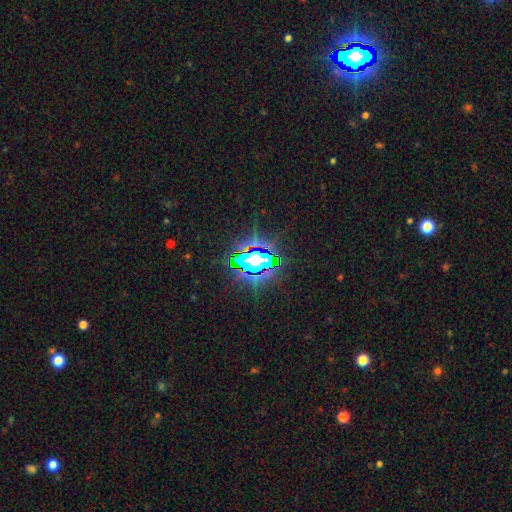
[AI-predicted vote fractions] This appears to be a star or artifact, not a galaxy (83%).